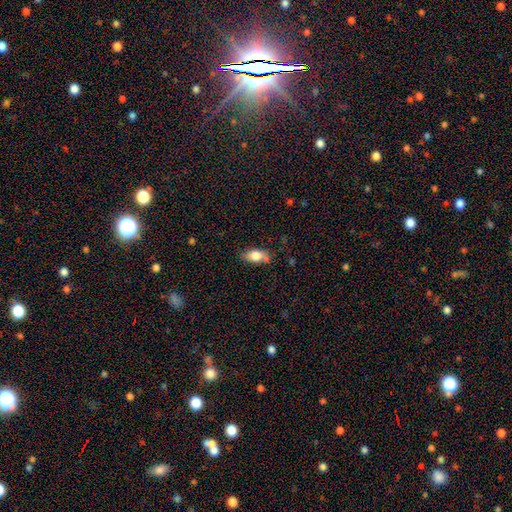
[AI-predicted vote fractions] Smooth or featured: smooth — 76% (featured or disk — 16%)
How rounded: in between — 85% (cigar-shaped — 8%)
Merging: none — 69% (minor disturbance — 21%)